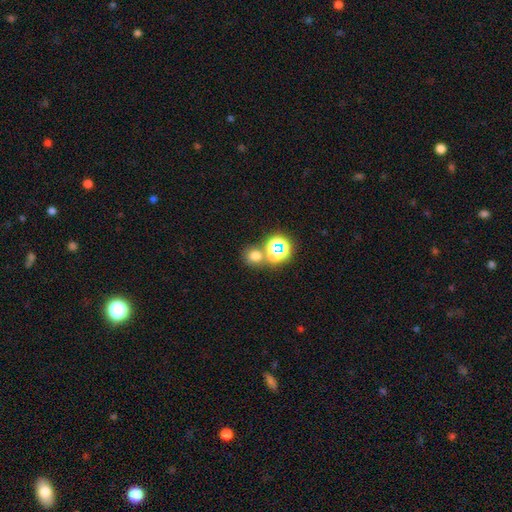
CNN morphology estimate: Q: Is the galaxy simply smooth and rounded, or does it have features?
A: smooth — 62%.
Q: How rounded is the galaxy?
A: round — 76%.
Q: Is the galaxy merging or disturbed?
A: none — 61%.